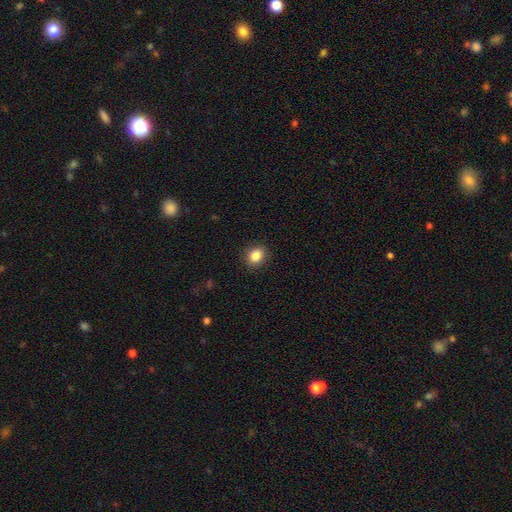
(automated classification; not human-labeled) A smooth galaxy with no disk features (86%) that is round (63%). Merging: none (90%).